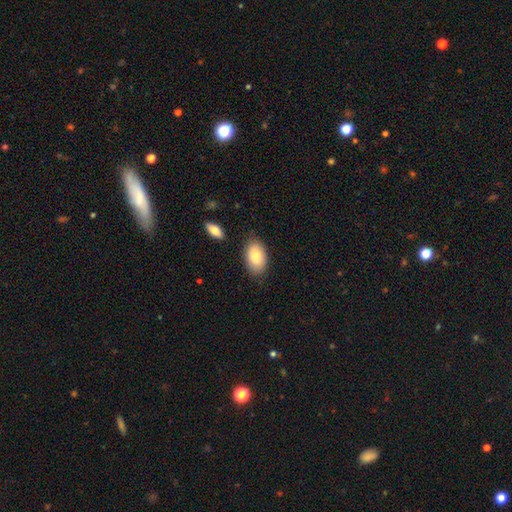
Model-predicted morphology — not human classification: smooth-or-featured: smooth: 81% | featured or disk: 12% | star or artifact: 6%
  how-rounded: in between: 93% | round: 6% | cigar-shaped: 1%
  merging: none: 81% | minor disturbance: 13% | major disturbance: 3% | merger: 3%